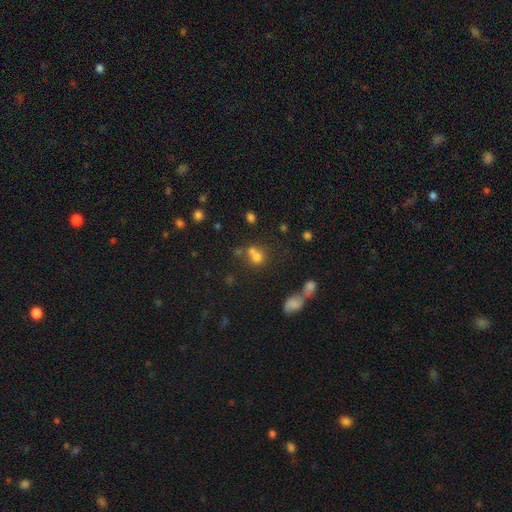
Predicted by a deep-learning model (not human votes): This appears to be a smooth galaxy with no disk features (69%) that is round (70%). Merging: merger (49%).